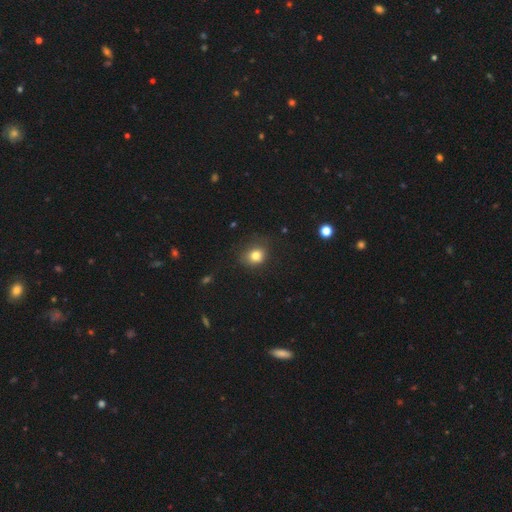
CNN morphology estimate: smooth 80%, star or artifact 13%, featured or disk 8%. Down the decision tree: how rounded — round (70%); merging — none (74%).